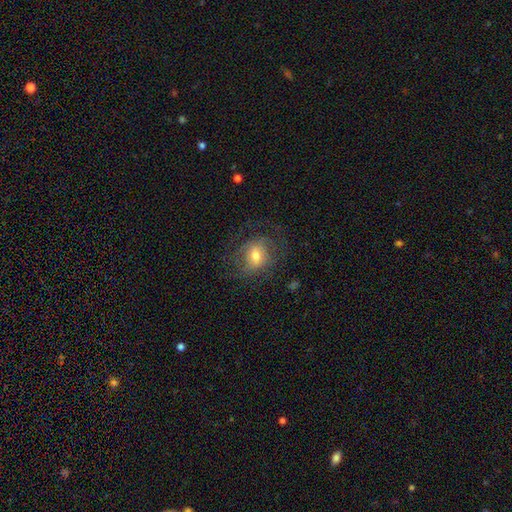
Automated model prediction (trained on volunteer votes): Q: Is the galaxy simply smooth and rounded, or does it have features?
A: smooth — 46%.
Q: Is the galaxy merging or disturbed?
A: none — 59%.